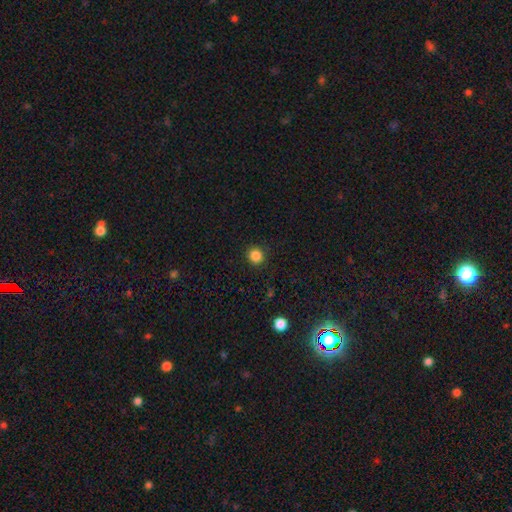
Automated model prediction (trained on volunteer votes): Morphology: type=smooth (85%); roundness=round (92%); merging=none (91%).